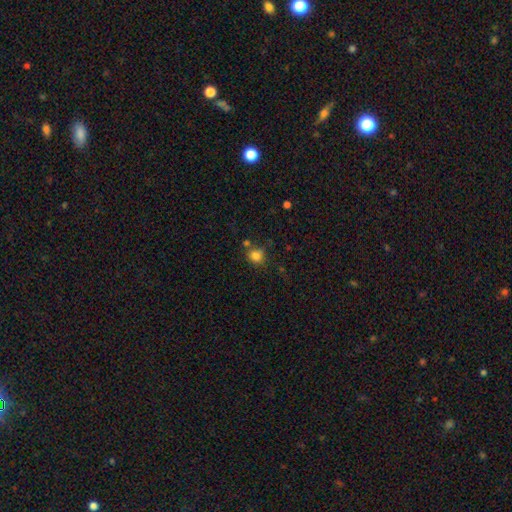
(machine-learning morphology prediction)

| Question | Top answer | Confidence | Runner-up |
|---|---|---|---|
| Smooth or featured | smooth | 82% | star or artifact (12%) |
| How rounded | round | 82% | in between (17%) |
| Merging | none | 70% | minor disturbance (14%) |